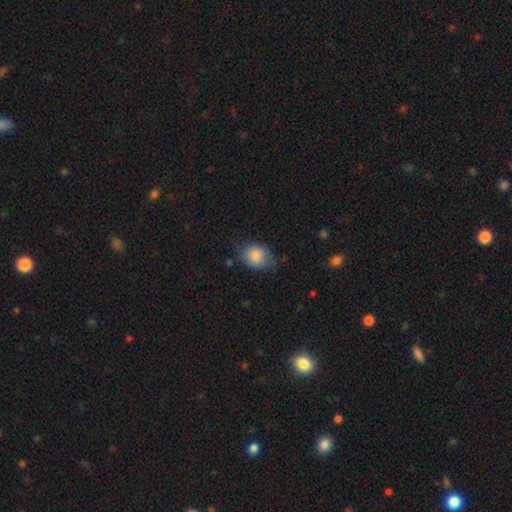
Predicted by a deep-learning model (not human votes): smooth 85%, star or artifact 7%, featured or disk 7%. Down the decision tree: how rounded — in between (55%); merging — none (64%).